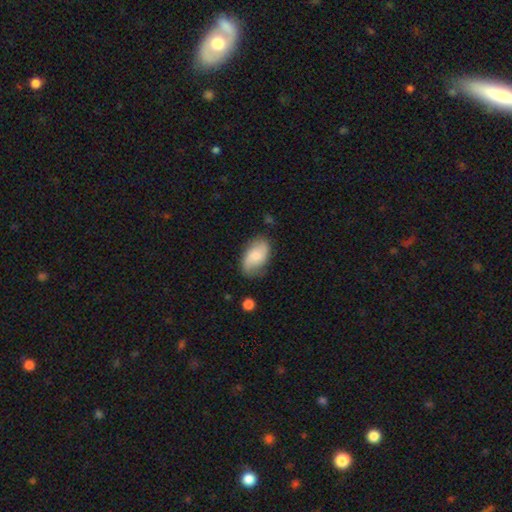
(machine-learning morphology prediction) Overall: smooth (57%; featured or disk 35%). How rounded: in between (92%). Merging: none (65%).